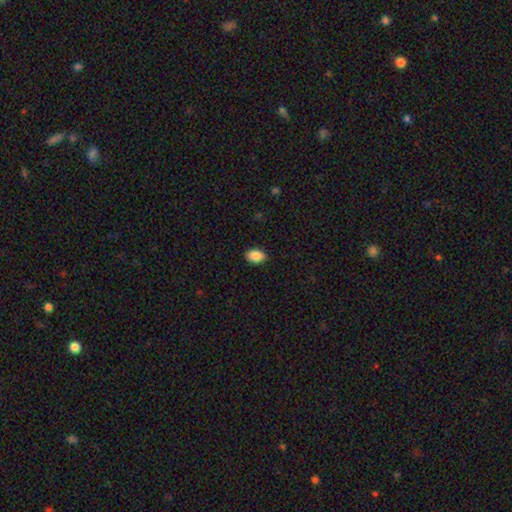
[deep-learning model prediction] Overall: smooth (89%). How rounded: in between (87%). Merging: none (90%).